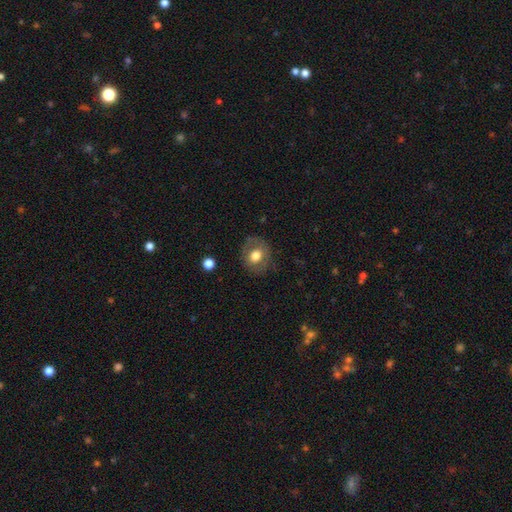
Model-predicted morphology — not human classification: smooth 63%, featured or disk 28%, star or artifact 8%. Down the decision tree: how rounded — round (65%); merging — none (79%).